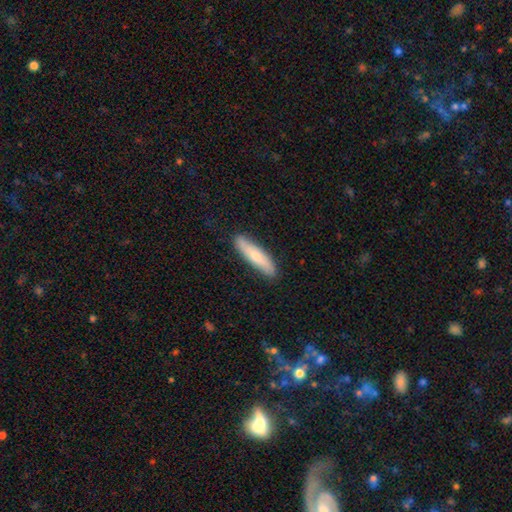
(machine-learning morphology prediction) Smooth or featured? Predicted: smooth (p=0.64). How rounded? Predicted: cigar-shaped (p=0.76). Merging? Predicted: none (p=0.87).